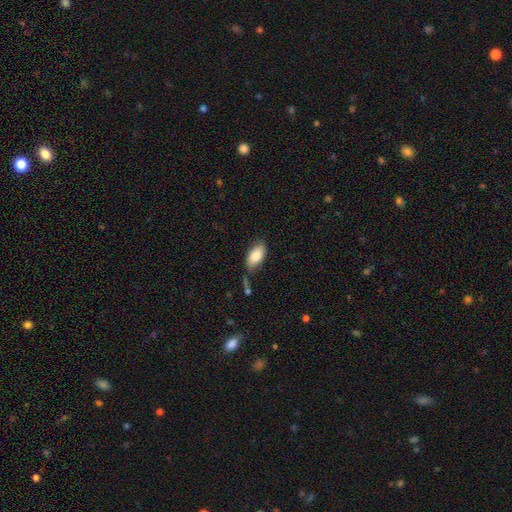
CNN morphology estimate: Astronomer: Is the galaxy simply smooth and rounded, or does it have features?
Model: smooth — 84%.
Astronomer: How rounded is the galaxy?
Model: in between — 93%.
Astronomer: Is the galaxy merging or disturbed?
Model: none — 67%.